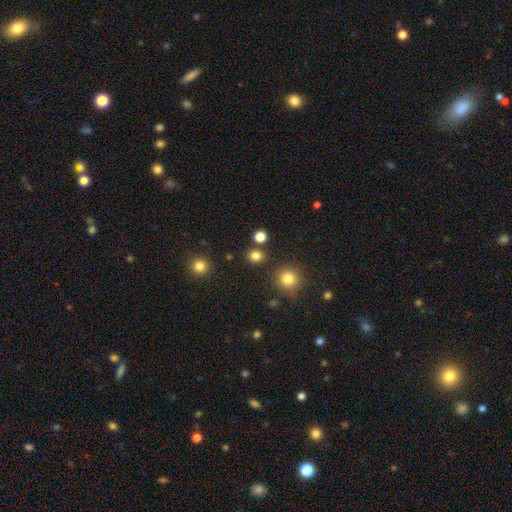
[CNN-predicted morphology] Overall: smooth (81%). How rounded: round (86%). Merging: none (84%).